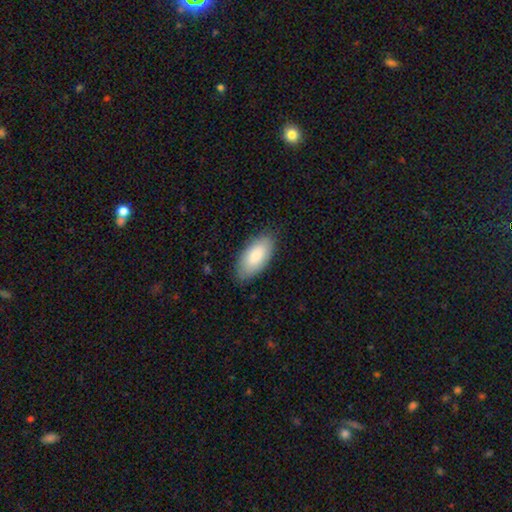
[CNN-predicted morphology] type=smooth (83%); roundness=in between (93%); merging=none (83%).